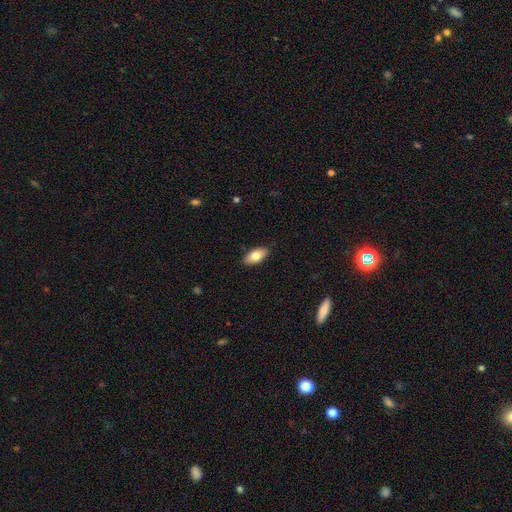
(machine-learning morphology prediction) This is clearly a smooth galaxy (81%). How rounded: clearly in between (91%). Merging: clearly none (88%).